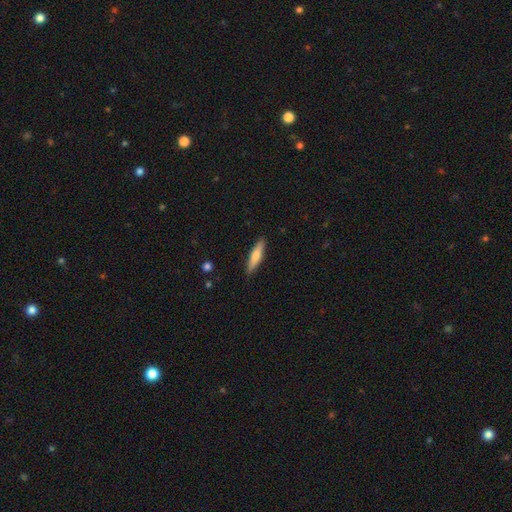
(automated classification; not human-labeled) A smooth galaxy with no disk features (71%) that is cigar-shaped (80%). Merging: none (88%).